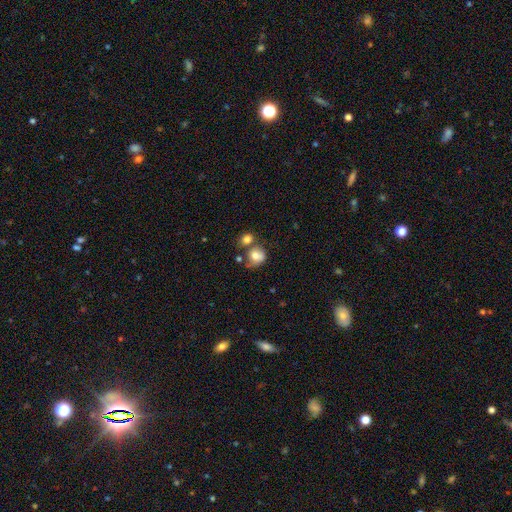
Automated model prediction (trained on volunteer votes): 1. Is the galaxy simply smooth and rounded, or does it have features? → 74% smooth, 17% featured or disk, 9% star or artifact.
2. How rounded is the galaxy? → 69% round, 30% in between, 1% cigar-shaped.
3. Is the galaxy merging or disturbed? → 36% none, 34% merger, 19% minor disturbance, 11% major disturbance.